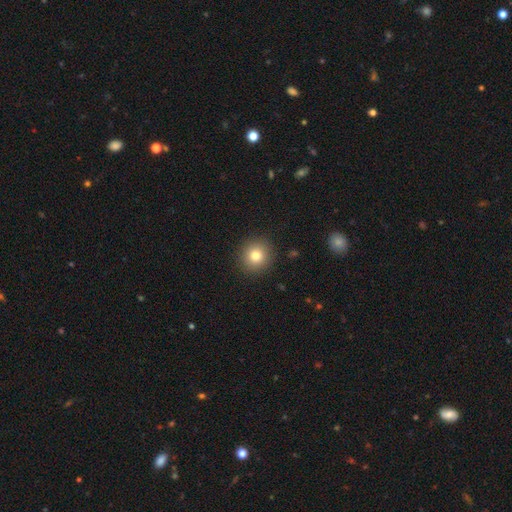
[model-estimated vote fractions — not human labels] smooth 79%, star or artifact 12%, featured or disk 9%. Down the decision tree: how rounded — round (92%); merging — none (91%).